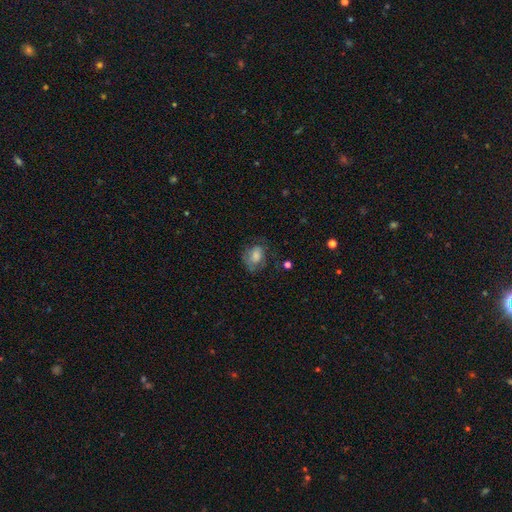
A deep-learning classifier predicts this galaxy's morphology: This is likely a smooth galaxy (67%). How rounded: likely in between (63%). Merging: possibly none (53%).